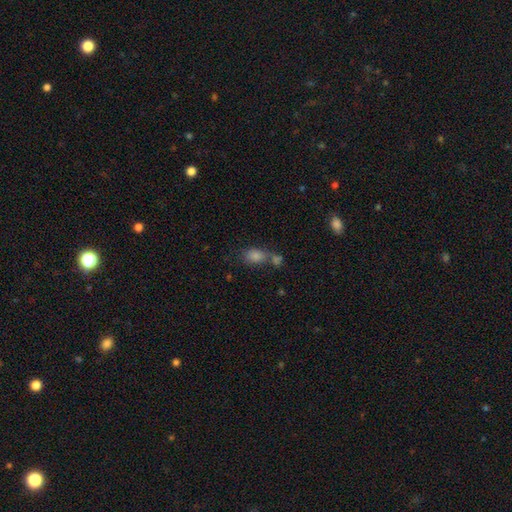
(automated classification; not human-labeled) Q: Smooth or featured?
A: smooth (76%); runner-up: star or artifact (16%)
Q: How rounded?
A: in between (80%); runner-up: round (17%)
Q: Merging?
A: none (49%); runner-up: merger (34%)